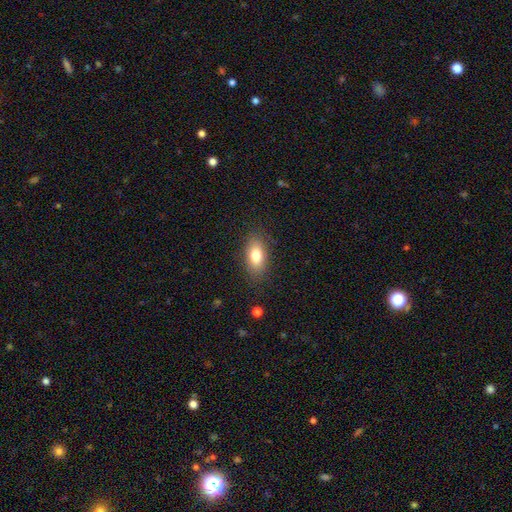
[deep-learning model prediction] A smooth galaxy with no disk features (78%) that is in between round and cigar-shaped (87%).

Vote fractions:
- Smooth or featured? smooth: 78% / featured or disk: 14% / star or artifact: 8%
- How rounded? in between: 87% / cigar-shaped: 7% / round: 6%
- Merging? none: 85% / minor disturbance: 11% / major disturbance: 3% / merger: 1%